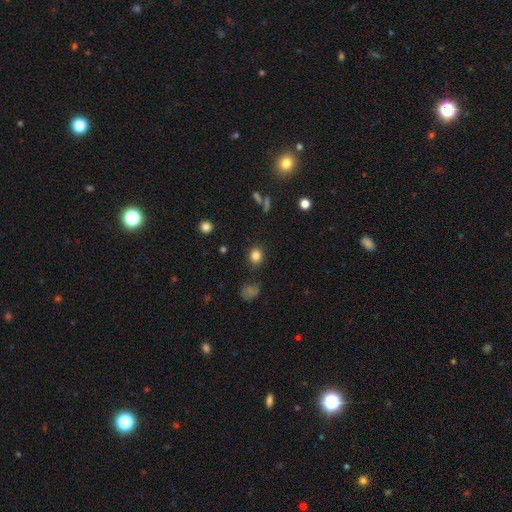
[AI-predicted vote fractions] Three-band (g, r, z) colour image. It shows a smooth galaxy with no disk features (83%) that is round (76%). Merging: none (85%).